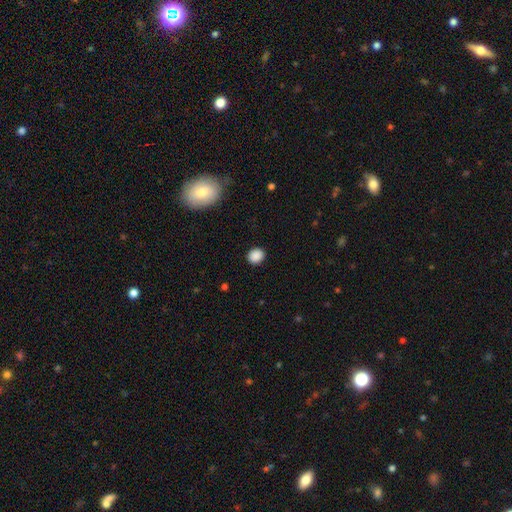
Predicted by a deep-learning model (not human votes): Q: Smooth or featured?
A: smooth (88%); runner-up: star or artifact (9%)
Q: How rounded?
A: round (68%); runner-up: in between (31%)
Q: Merging?
A: none (89%); runner-up: minor disturbance (7%)